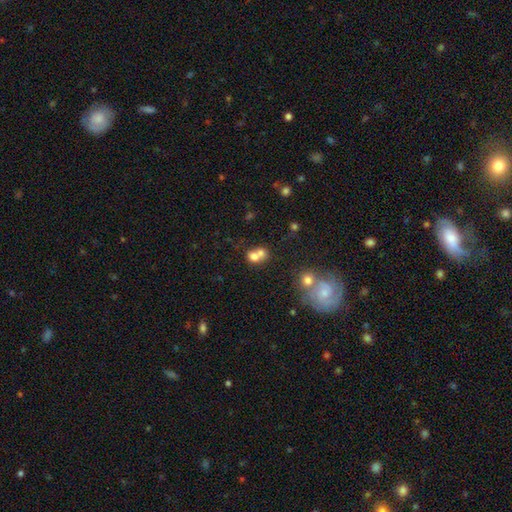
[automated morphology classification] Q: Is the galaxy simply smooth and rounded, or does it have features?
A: smooth — 70%.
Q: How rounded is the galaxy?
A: round — 62%.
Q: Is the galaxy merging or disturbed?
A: merger — 62%.